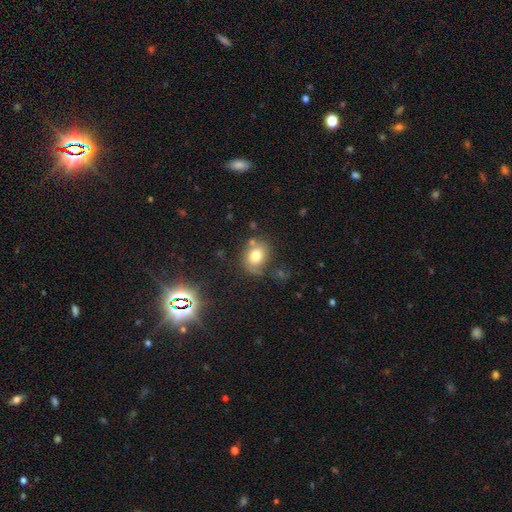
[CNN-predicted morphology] The model was most divided on "how rounded": in between: 53%, round: 46%, cigar-shaped: 1%. More confident: smooth or featured — smooth (73%); merging — none (66%).